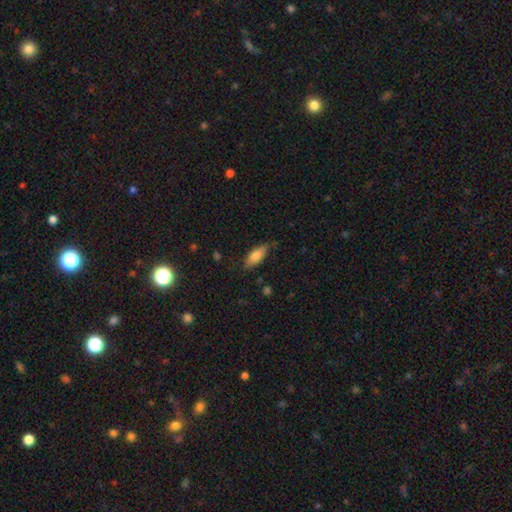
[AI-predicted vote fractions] Smooth or featured? smooth (75%)
How rounded? in between (69%)
Merging? none (75%)